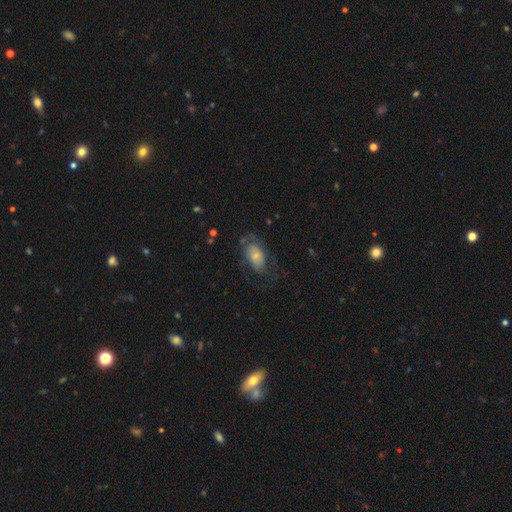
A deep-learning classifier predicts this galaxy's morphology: Smooth or featured: smooth — 53% (featured or disk — 39%)
How rounded: in between — 91% (round — 7%)
Merging: none — 47% (major disturbance — 26%)